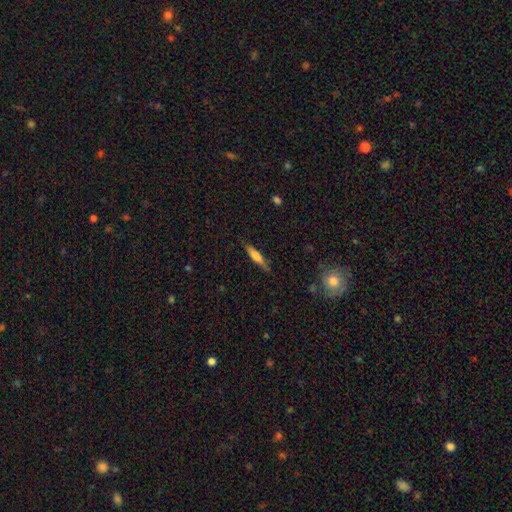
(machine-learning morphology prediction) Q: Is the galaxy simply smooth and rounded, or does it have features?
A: smooth — 60%.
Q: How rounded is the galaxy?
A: cigar-shaped — 78%.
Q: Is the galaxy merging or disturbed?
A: none — 81%.